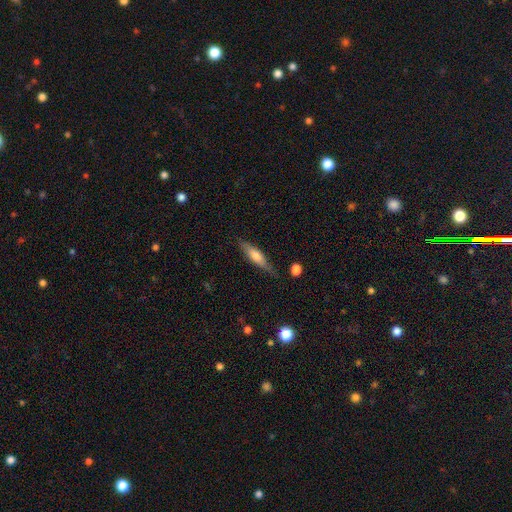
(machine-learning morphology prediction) The model was most divided on "smooth or featured": smooth: 57%, featured or disk: 37%, star or artifact: 6%. More confident: merging — none (73%); how rounded — cigar-shaped (70%).